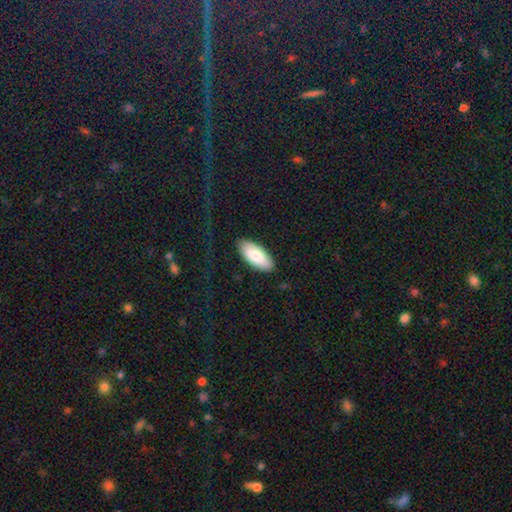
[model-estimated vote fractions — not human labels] smooth-or-featured: smooth: 82% | featured or disk: 12% | star or artifact: 5%
  how-rounded: in between: 88% | cigar-shaped: 10% | round: 2%
  merging: none: 86% | minor disturbance: 10% | major disturbance: 3% | merger: 1%